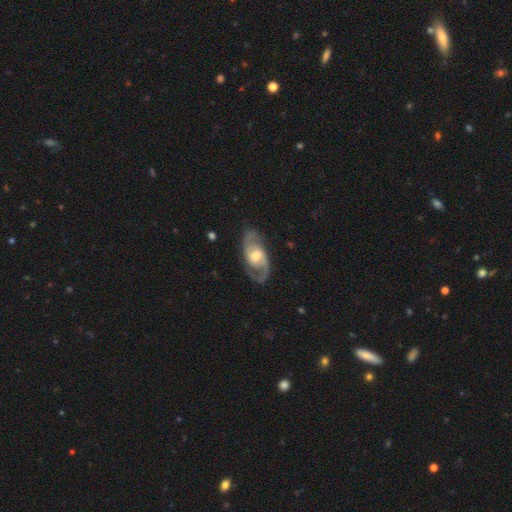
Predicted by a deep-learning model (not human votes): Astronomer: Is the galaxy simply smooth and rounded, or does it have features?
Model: featured or disk — 86%.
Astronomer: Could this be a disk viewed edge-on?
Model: no — 95%.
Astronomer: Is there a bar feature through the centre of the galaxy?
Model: no — 46% (runner-up: weak, 42%).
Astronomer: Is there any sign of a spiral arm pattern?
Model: yes — 94%.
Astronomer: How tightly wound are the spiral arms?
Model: medium — 55%.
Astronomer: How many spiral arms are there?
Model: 2 — 89%.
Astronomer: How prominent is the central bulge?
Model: moderate — 67%.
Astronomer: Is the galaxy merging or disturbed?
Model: none — 79%.